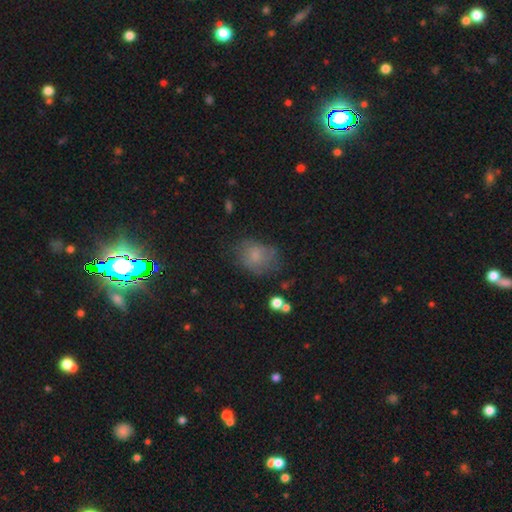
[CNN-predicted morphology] Smooth or featured?
  - smooth: 67% *
  - featured or disk: 19%
  - star or artifact: 14%
How rounded?
  - in between: 58% *
  - round: 41%
  - cigar-shaped: 1%
Merging?
  - none: 55% *
  - minor disturbance: 26%
  - major disturbance: 16%
  - merger: 3%